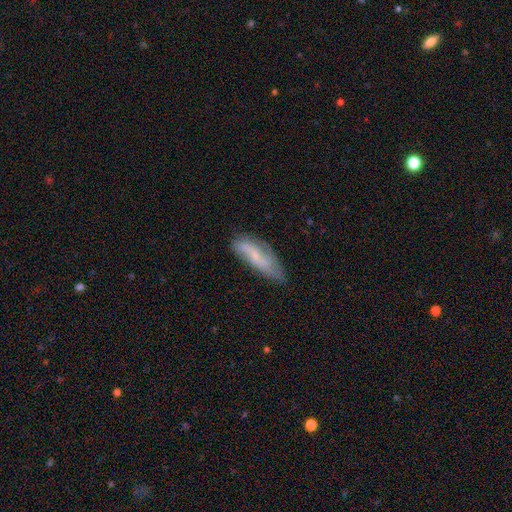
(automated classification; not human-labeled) Smooth or featured: featured or disk — 51% (smooth — 41%)
Edge-on disk: no — 82% (yes — 18%)
Merging: none — 57% (minor disturbance — 29%)